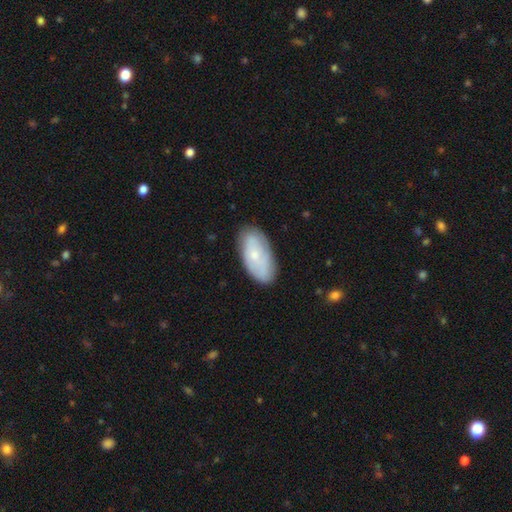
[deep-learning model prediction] A smooth galaxy with no disk features (60%) that is in between round and cigar-shaped (93%).

Vote fractions:
- Smooth or featured? smooth: 60% / featured or disk: 33% / star or artifact: 6%
- How rounded? in between: 93% / cigar-shaped: 5% / round: 3%
- Merging? none: 79% / minor disturbance: 16% / major disturbance: 3% / merger: 1%